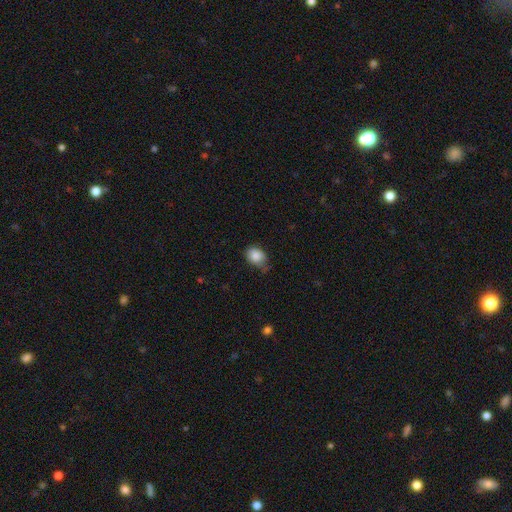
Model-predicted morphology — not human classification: Q: Smooth or featured?
A: smooth (85%); runner-up: star or artifact (8%)
Q: How rounded?
A: in between (67%); runner-up: round (32%)
Q: Merging?
A: none (51%); runner-up: minor disturbance (38%)